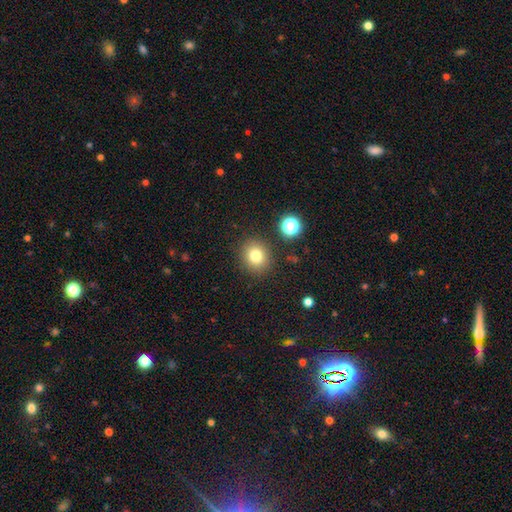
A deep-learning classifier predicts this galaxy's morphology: smooth_or_featured: smooth (p=0.79) [alt: star or artifact p=0.13]
how_rounded: round (p=0.82) [alt: in between p=0.18]
merging: none (p=0.87) [alt: minor disturbance p=0.08]